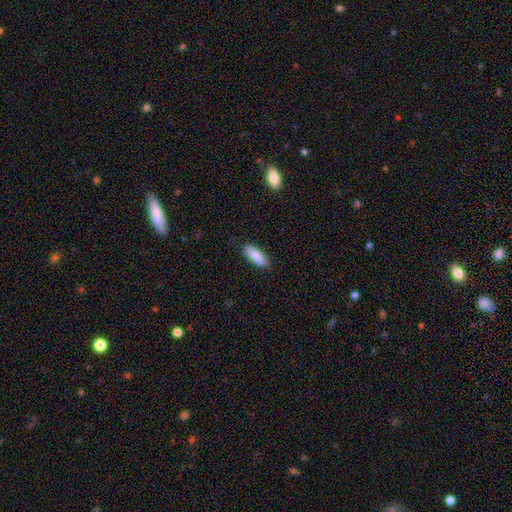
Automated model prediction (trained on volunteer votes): Smooth or featured? smooth (88%)
How rounded? in between (58%)
Merging? none (87%)